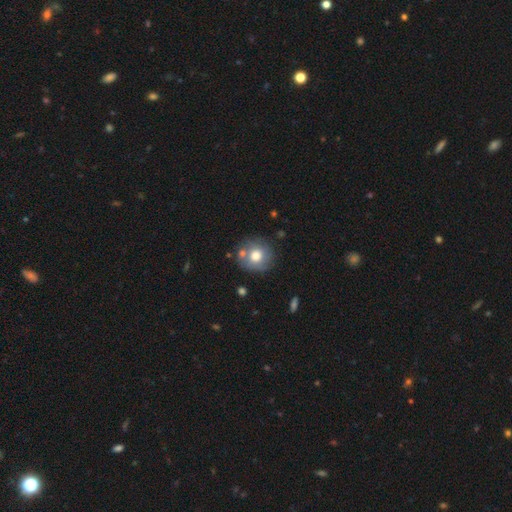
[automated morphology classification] smooth-or-featured: smooth: 72% | featured or disk: 20% | star or artifact: 8%
  how-rounded: round: 90% | in between: 9% | cigar-shaped: 1%
  merging: none: 72% | minor disturbance: 14% | merger: 9% | major disturbance: 5%